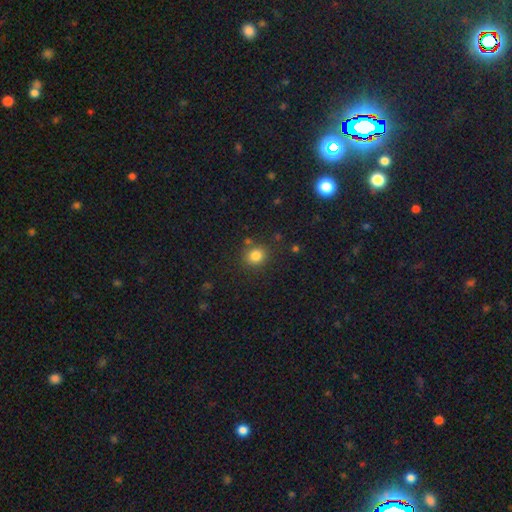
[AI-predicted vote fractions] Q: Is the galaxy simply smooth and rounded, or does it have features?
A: smooth — 82%.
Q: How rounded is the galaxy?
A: round — 80%.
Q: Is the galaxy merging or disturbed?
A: none — 81%.